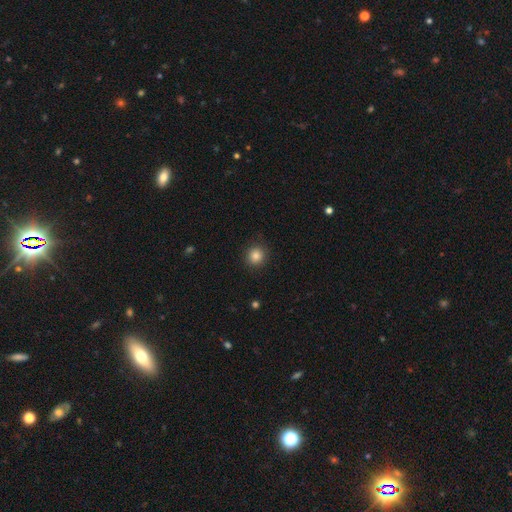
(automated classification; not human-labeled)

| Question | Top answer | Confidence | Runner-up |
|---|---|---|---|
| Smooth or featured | smooth | 85% | star or artifact (11%) |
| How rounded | round | 92% | in between (7%) |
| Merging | none | 90% | minor disturbance (7%) |